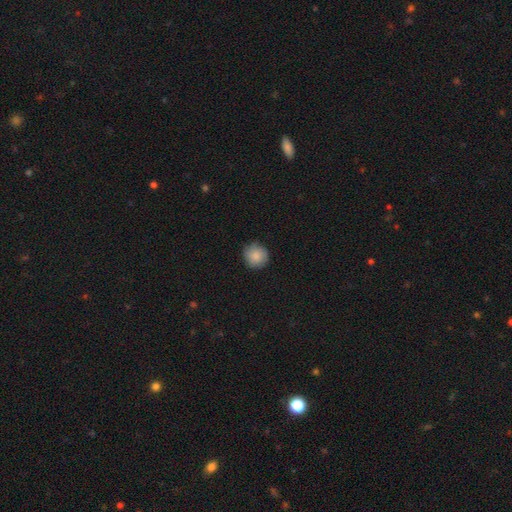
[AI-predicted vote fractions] Smooth or featured?
  - smooth: 87% *
  - star or artifact: 7%
  - featured or disk: 6%
How rounded?
  - round: 93% *
  - in between: 6%
  - cigar-shaped: 1%
Merging?
  - none: 86% *
  - minor disturbance: 11%
  - major disturbance: 2%
  - merger: 1%